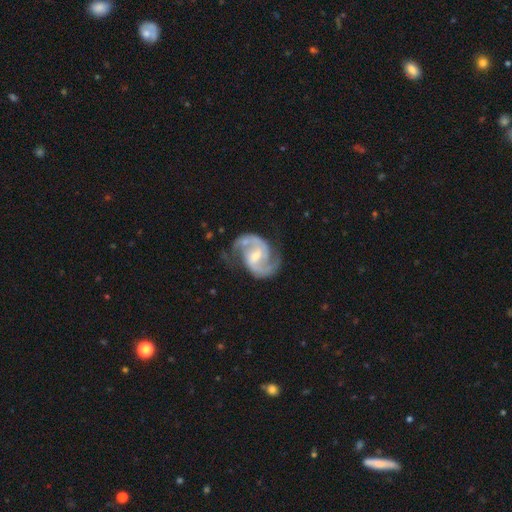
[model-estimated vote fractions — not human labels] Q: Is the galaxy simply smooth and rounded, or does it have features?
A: featured or disk — 92%.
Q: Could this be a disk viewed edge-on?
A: no — 98%.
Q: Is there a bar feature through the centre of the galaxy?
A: weak — 55%.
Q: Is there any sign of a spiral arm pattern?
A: yes — 98%.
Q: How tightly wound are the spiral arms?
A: medium — 62%.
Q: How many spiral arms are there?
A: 2 — 94%.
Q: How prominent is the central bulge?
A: small — 47%.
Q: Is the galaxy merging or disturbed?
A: none — 73%.